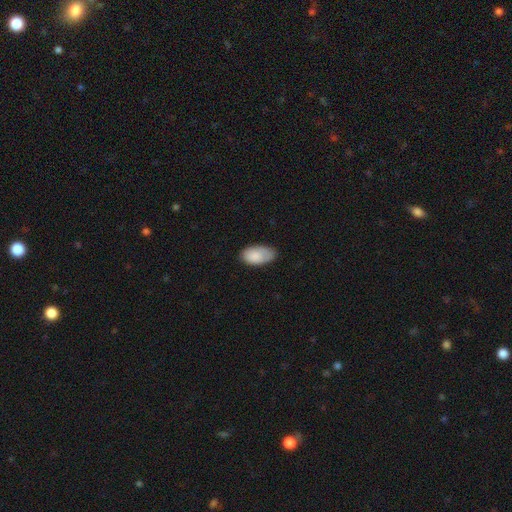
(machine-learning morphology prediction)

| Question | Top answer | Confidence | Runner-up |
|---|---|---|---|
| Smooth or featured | smooth | 86% | featured or disk (8%) |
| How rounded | in between | 95% | round (3%) |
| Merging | none | 64% | minor disturbance (29%) |